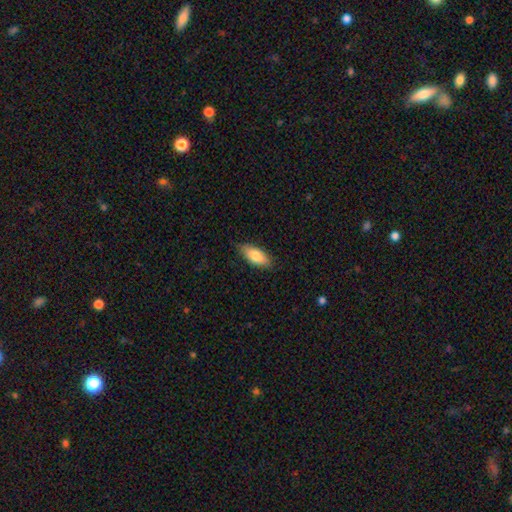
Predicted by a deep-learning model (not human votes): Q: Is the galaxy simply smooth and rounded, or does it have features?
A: smooth — 82%.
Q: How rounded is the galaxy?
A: in between — 82%.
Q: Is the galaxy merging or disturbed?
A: none — 85%.